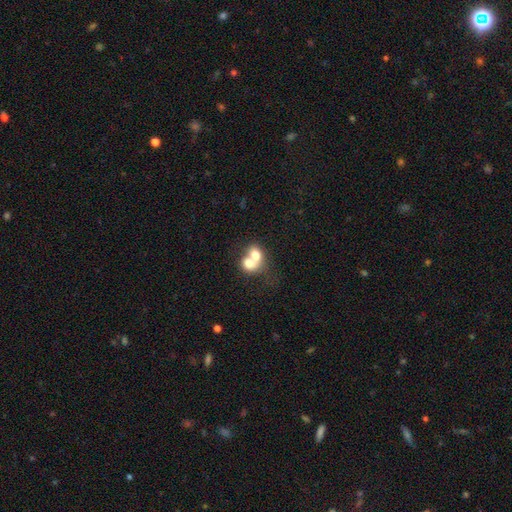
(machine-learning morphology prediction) Smooth or featured? smooth (67%)
How rounded? in between (50%)
Merging? merger (73%)